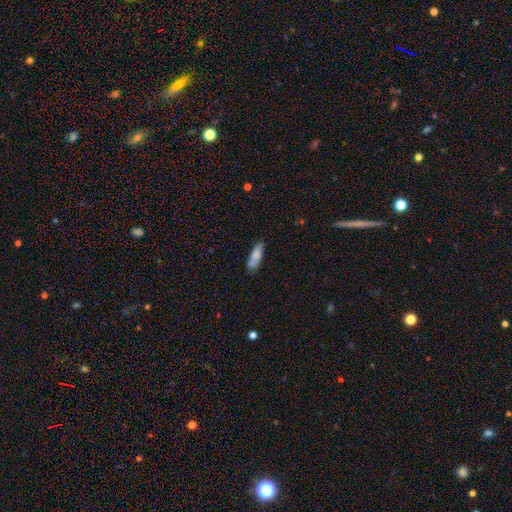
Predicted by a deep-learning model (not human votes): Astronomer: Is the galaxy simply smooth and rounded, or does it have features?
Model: smooth — 77%.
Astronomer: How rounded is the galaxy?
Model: in between — 51% (runner-up: cigar-shaped, 47%).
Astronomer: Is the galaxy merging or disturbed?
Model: none — 70%.